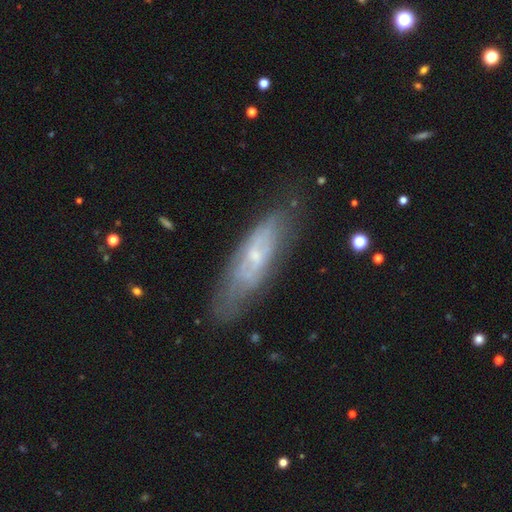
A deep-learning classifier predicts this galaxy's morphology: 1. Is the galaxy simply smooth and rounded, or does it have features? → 56% featured or disk, 35% smooth, 8% star or artifact.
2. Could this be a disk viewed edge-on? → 62% no, 38% yes.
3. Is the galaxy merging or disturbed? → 68% none, 21% minor disturbance, 8% major disturbance, 2% merger.